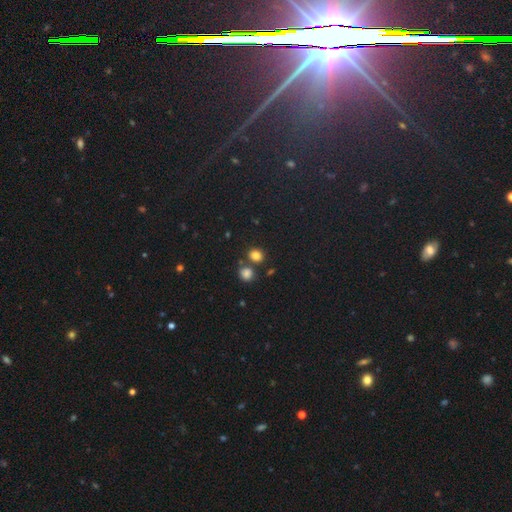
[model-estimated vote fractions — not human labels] Smooth or featured: smooth — 81% (star or artifact — 14%)
How rounded: round — 74% (in between — 25%)
Merging: none — 70% (merger — 18%)